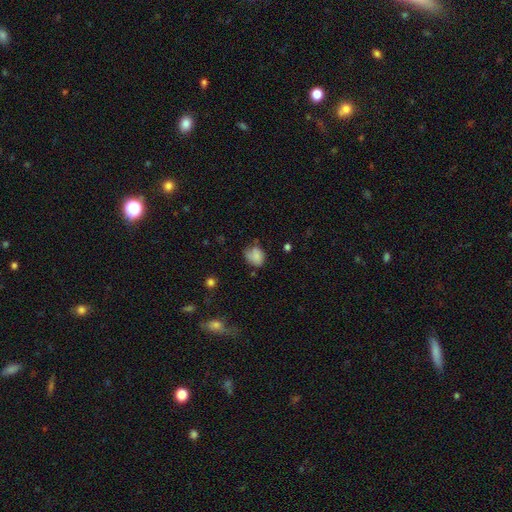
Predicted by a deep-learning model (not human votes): Overall: smooth (80%). How rounded: in between (51%; round 48%). Merging: none (49%; minor disturbance 35%).